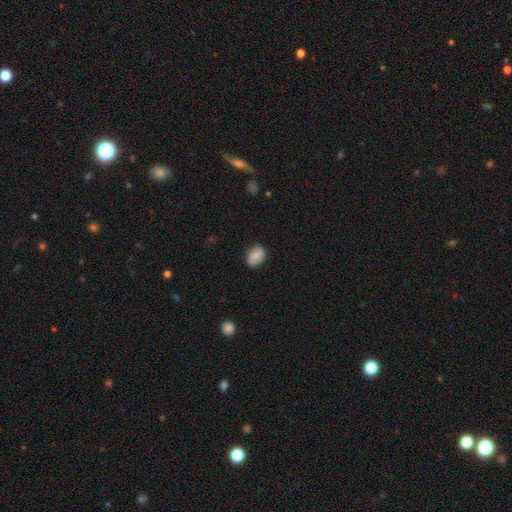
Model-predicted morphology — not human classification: Smooth or featured: smooth — 70% (featured or disk — 23%)
How rounded: in between — 73% (round — 25%)
Merging: none — 81% (minor disturbance — 14%)